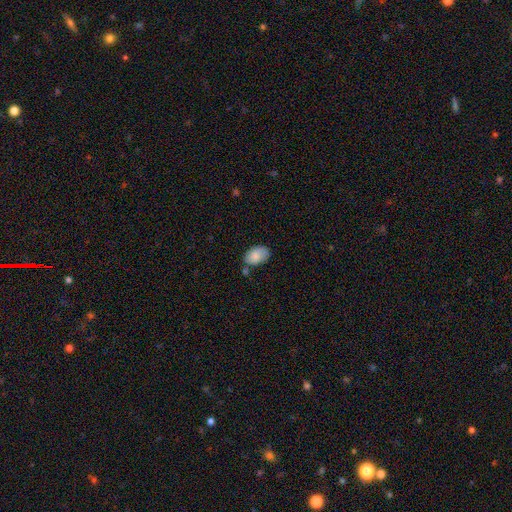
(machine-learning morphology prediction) A smooth galaxy with no disk features (83%) that is in between round and cigar-shaped (88%).

Vote fractions:
- Smooth or featured? smooth: 83% / featured or disk: 10% / star or artifact: 7%
- How rounded? in between: 88% / round: 11% / cigar-shaped: 1%
- Merging? none: 63% / minor disturbance: 23% / merger: 8% / major disturbance: 5%